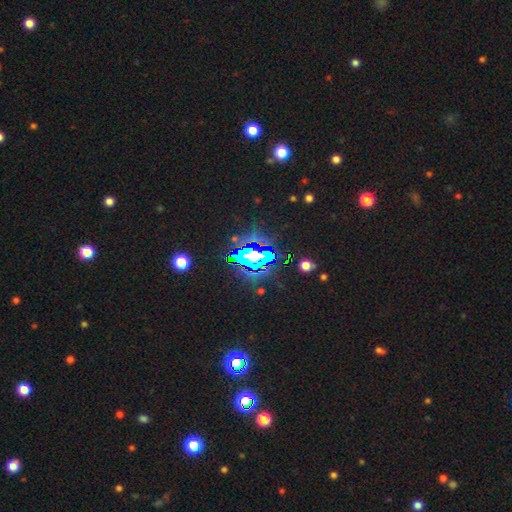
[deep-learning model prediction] Morphology: type=star or artifact (75%).